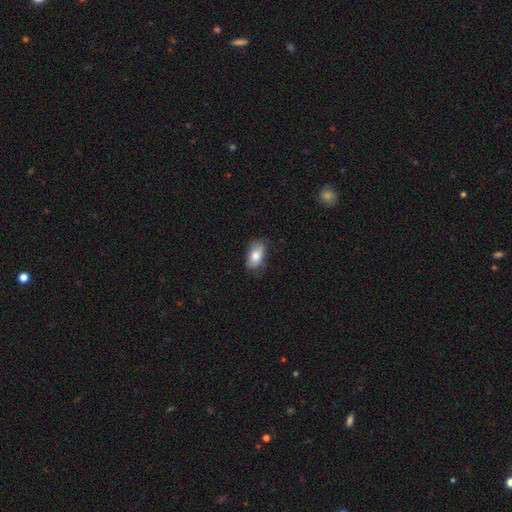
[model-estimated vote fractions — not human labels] This is likely a smooth galaxy (80%). How rounded: clearly in between (92%). Merging: likely none (71%).